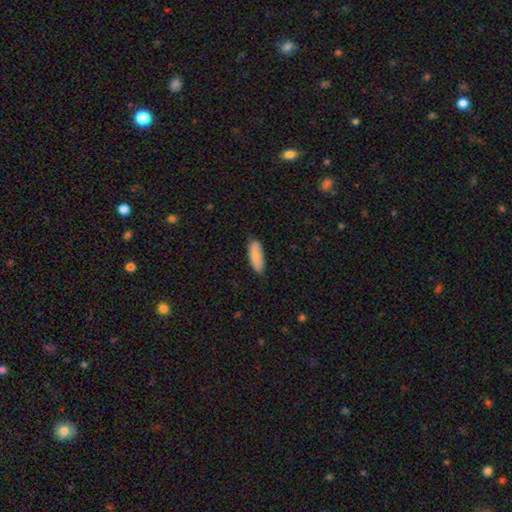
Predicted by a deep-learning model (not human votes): A smooth galaxy with no disk features (86%) that is in between round and cigar-shaped (71%).

Vote fractions:
- Smooth or featured? smooth: 86% / featured or disk: 9% / star or artifact: 6%
- How rounded? in between: 71% / cigar-shaped: 27% / round: 2%
- Merging? none: 78% / minor disturbance: 18% / major disturbance: 3% / merger: 1%